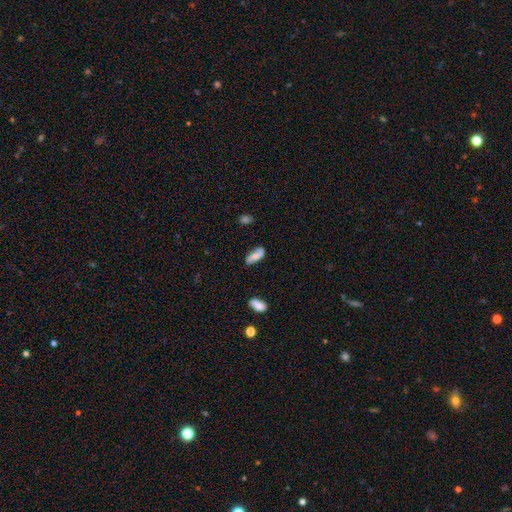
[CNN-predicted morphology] This appears to be a smooth galaxy with no disk features (57%) that is in between round and cigar-shaped (77%). Merging: none (68%).